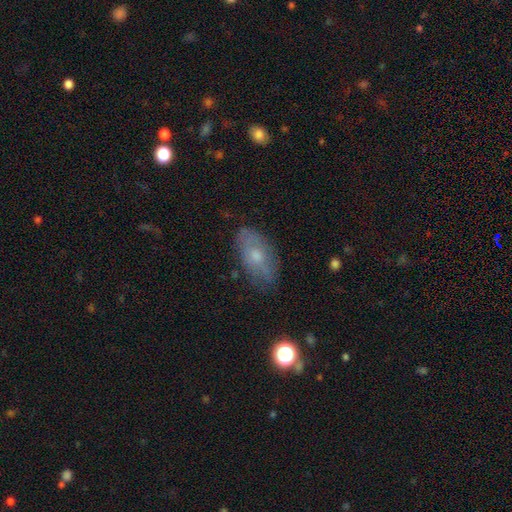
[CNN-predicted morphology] This is possibly a smooth galaxy (52%). How rounded: clearly in between (91%). Merging: likely none (72%).